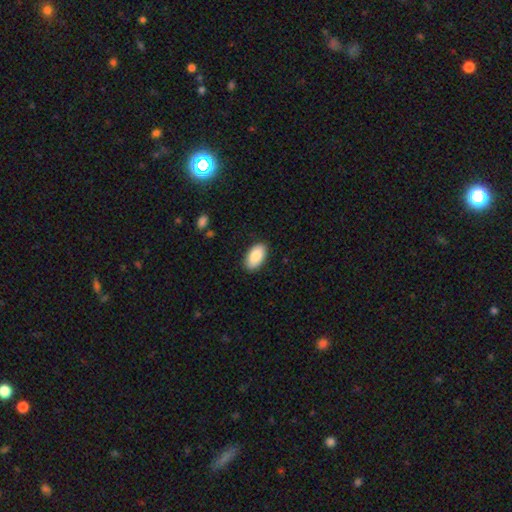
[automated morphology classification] Smooth or featured? smooth (86%)
How rounded? in between (95%)
Merging? none (88%)